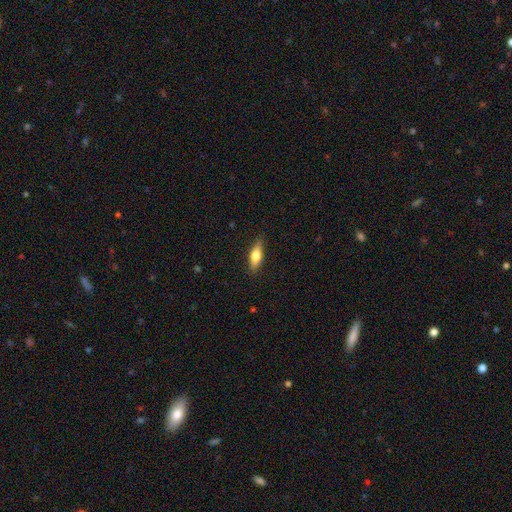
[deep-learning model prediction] smooth_or_featured: smooth (p=0.60) [alt: featured or disk p=0.34]
how_rounded: in between (p=0.59) [alt: cigar-shaped p=0.38]
merging: none (p=0.86) [alt: minor disturbance p=0.11]